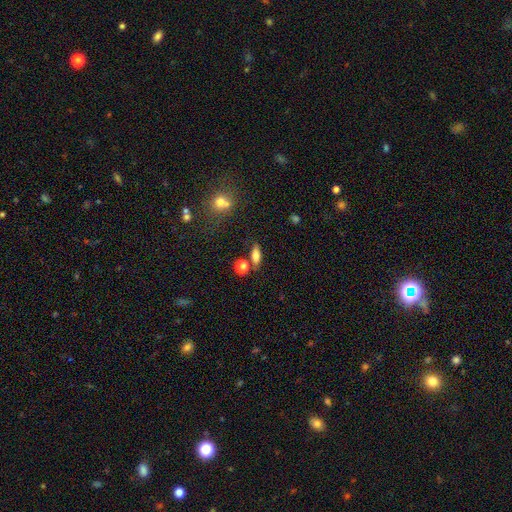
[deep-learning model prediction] A smooth galaxy with no disk features (73%) that is in between round and cigar-shaped (62%).

Vote fractions:
- Smooth or featured? smooth: 73% / featured or disk: 16% / star or artifact: 10%
- How rounded? in between: 62% / cigar-shaped: 31% / round: 7%
- Merging? none: 73% / minor disturbance: 13% / merger: 10% / major disturbance: 4%